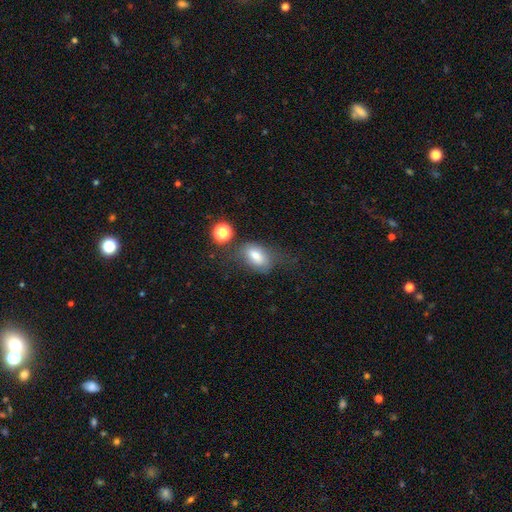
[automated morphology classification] A smooth galaxy with no disk features (73%) that is in between round and cigar-shaped (85%).

Vote fractions:
- Smooth or featured? smooth: 73% / featured or disk: 16% / star or artifact: 11%
- How rounded? in between: 85% / round: 12% / cigar-shaped: 3%
- Merging? none: 45% / minor disturbance: 26% / major disturbance: 20% / merger: 9%